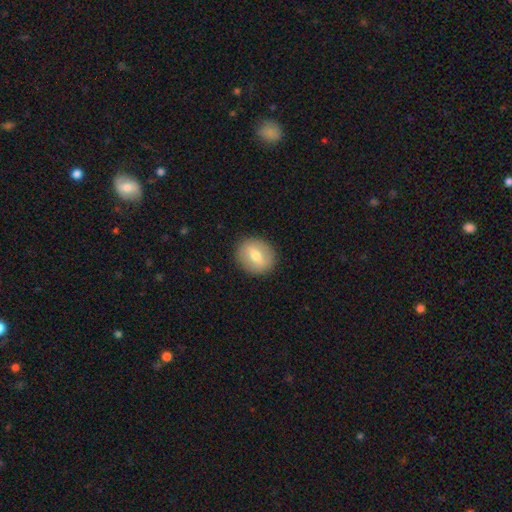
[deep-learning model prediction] A smooth galaxy with no disk features (63%) that is round (70%). Merging: none (88%).